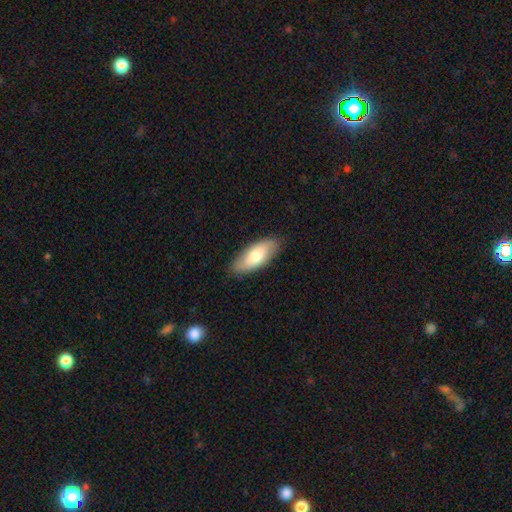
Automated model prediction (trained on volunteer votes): The model was most divided on "smooth or featured": smooth: 73%, featured or disk: 22%, star or artifact: 5%. More confident: merging — none (86%); how rounded — in between (82%).